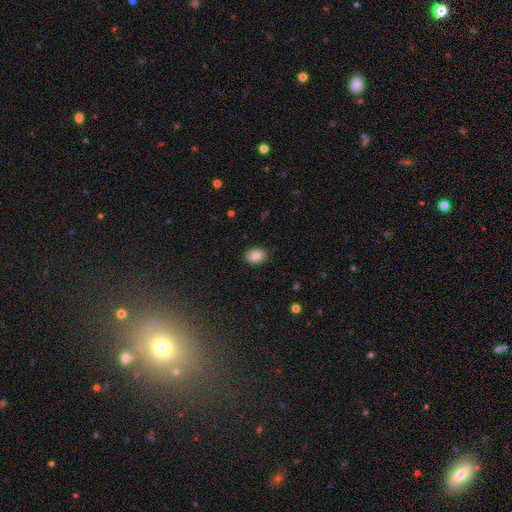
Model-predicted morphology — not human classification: smooth-or-featured: smooth: 84% | star or artifact: 9% | featured or disk: 7%
  how-rounded: in between: 70% | round: 30% | cigar-shaped: 1%
  merging: none: 90% | minor disturbance: 8% | major disturbance: 2% | merger: 1%